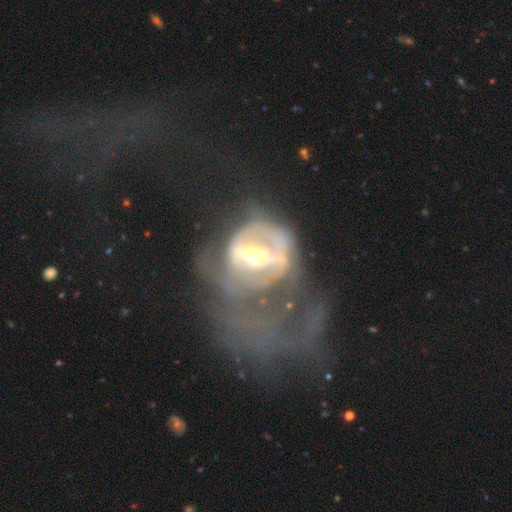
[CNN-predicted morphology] smooth_or_featured: featured or disk (p=0.79) [alt: smooth p=0.13]
disk_edge_on: no (p=0.95) [alt: yes p=0.05]
bar: strong (p=0.49) [alt: weak p=0.29]
has_spiral_arms: yes (p=0.51) [alt: no p=0.49]
bulge_size: moderate (p=0.59) [alt: small p=0.30]
merging: major disturbance (p=0.63) [alt: merger p=0.14]